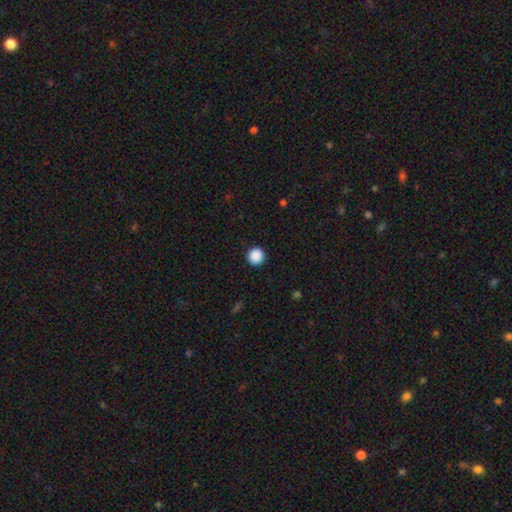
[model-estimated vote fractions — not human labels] Q: Smooth or featured?
A: smooth (89%); runner-up: star or artifact (9%)
Q: How rounded?
A: round (96%); runner-up: in between (3%)
Q: Merging?
A: none (93%); runner-up: minor disturbance (4%)